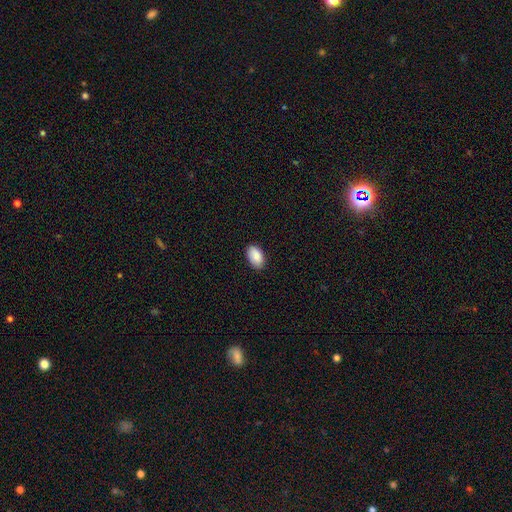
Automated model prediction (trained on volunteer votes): Q: Smooth or featured?
A: smooth (89%); runner-up: star or artifact (6%)
Q: How rounded?
A: in between (94%); runner-up: round (5%)
Q: Merging?
A: none (88%); runner-up: minor disturbance (9%)